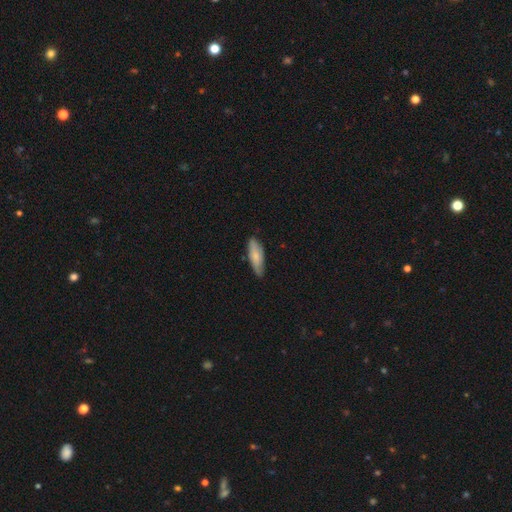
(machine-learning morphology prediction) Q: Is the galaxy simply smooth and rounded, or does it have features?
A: smooth — 72%.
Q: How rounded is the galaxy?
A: in between — 64%.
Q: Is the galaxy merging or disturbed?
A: none — 72%.